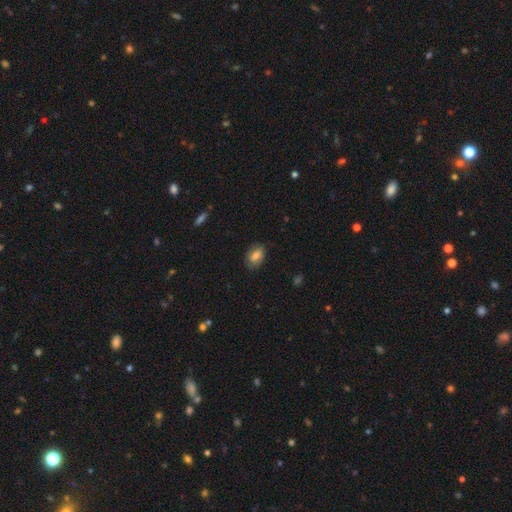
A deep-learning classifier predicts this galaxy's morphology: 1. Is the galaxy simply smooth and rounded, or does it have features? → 78% smooth, 14% featured or disk, 8% star or artifact.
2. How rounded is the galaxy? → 88% in between, 9% round, 2% cigar-shaped.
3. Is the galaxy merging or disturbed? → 81% none, 15% minor disturbance, 3% major disturbance, 1% merger.